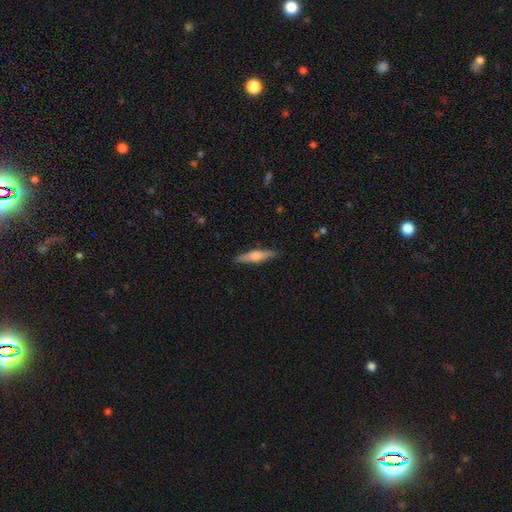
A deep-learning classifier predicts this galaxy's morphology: Smooth or featured?
  - featured or disk: 58% *
  - smooth: 36%
  - star or artifact: 6%
Edge-on disk?
  - yes: 96% *
  - no: 4%
Edge-on bulge?
  - rounded: 89% *
  - boxy: 7%
  - none: 4%
Merging?
  - none: 90% *
  - minor disturbance: 8%
  - major disturbance: 2%
  - merger: 1%